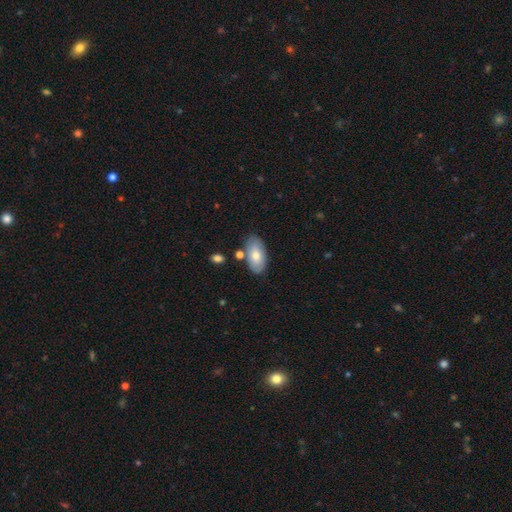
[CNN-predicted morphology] type=smooth (72%); roundness=in between (94%); merging=none (75%).